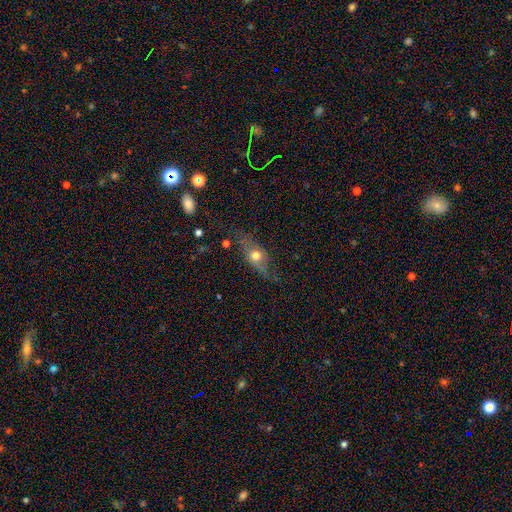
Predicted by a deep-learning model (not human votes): featured or disk 47%, smooth 44%, star or artifact 10%. Down the decision tree: merging — none (61%).